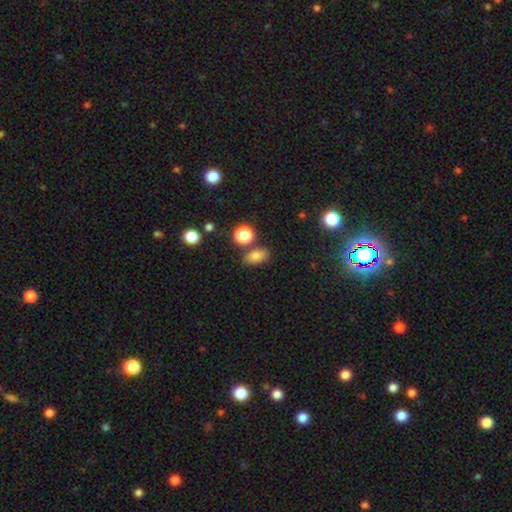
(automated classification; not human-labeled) Smooth or featured? Predicted: smooth (p=0.79). How rounded? Predicted: in between (p=0.79). Merging? Predicted: none (p=0.75).